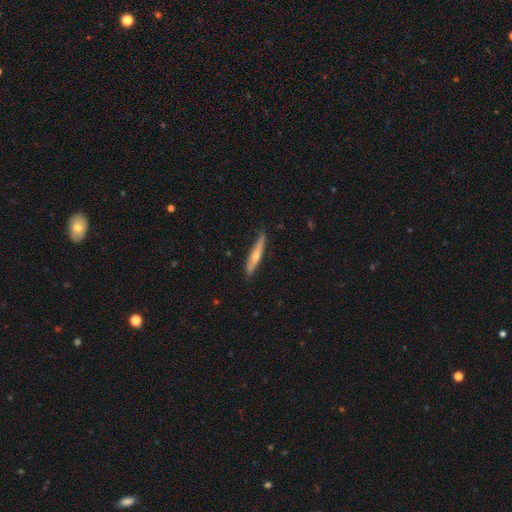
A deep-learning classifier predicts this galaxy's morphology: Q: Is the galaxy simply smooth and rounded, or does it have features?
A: featured or disk — 56%.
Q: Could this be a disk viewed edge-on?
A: yes — 95%.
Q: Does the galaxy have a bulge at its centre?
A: rounded — 83%.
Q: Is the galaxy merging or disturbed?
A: none — 87%.